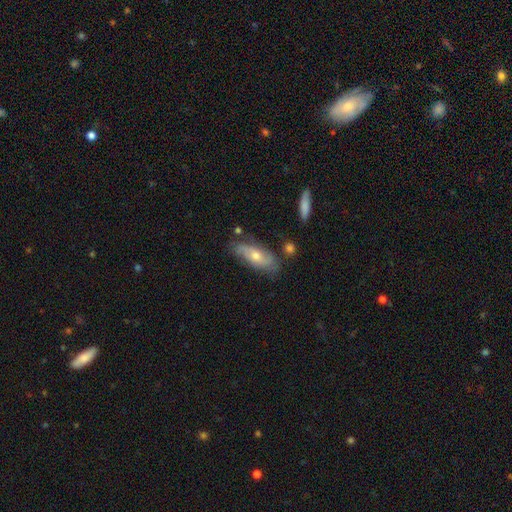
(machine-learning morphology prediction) type=featured or disk (56%); edge-on=no (80%); merging=none (71%).